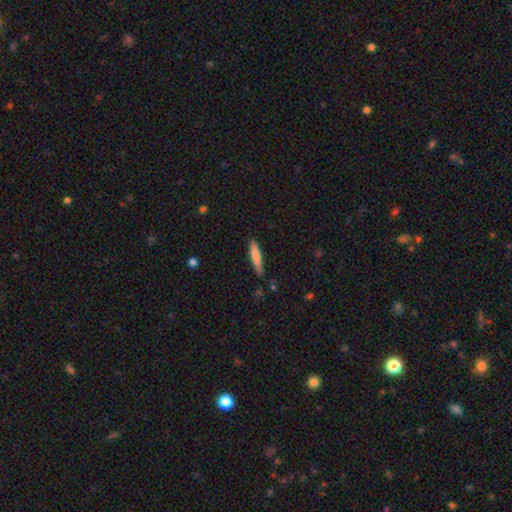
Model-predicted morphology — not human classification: Q: Smooth or featured?
A: smooth (78%); runner-up: featured or disk (16%)
Q: How rounded?
A: cigar-shaped (88%); runner-up: in between (10%)
Q: Merging?
A: none (80%); runner-up: minor disturbance (15%)